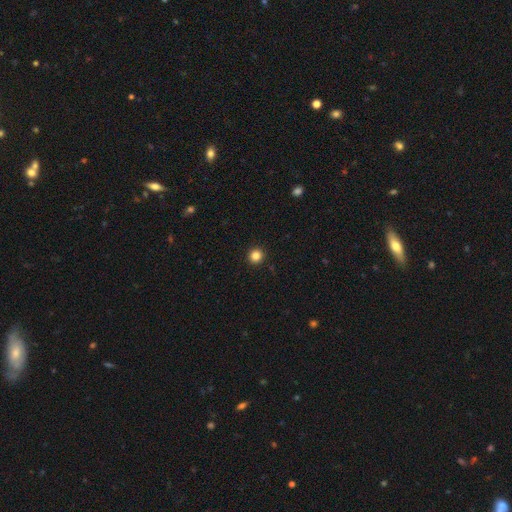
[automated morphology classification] The model was most divided on "smooth or featured": smooth: 84%, star or artifact: 12%, featured or disk: 4%. More confident: how rounded — round (95%); merging — none (93%).